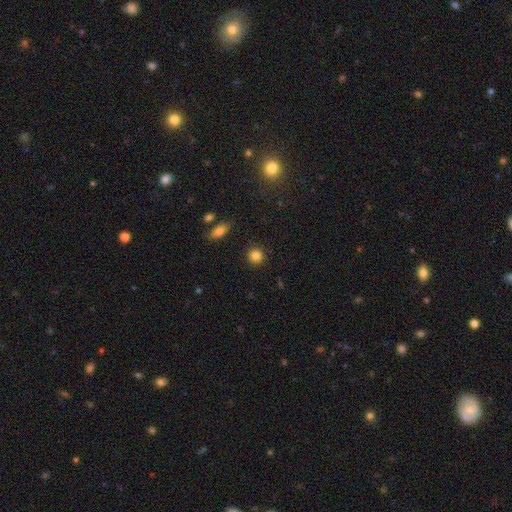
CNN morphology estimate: smooth-or-featured: smooth: 85% | star or artifact: 11% | featured or disk: 4%
  how-rounded: round: 91% | in between: 8% | cigar-shaped: 1%
  merging: none: 90% | minor disturbance: 6% | major disturbance: 2% | merger: 2%